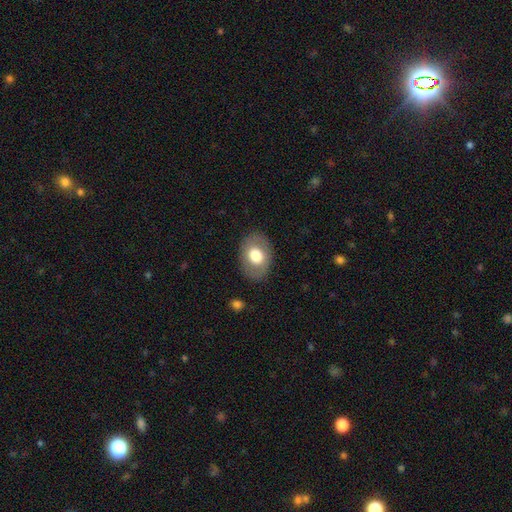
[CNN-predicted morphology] smooth 66%, featured or disk 27%, star or artifact 7%. Down the decision tree: how rounded — in between (74%); merging — none (85%).